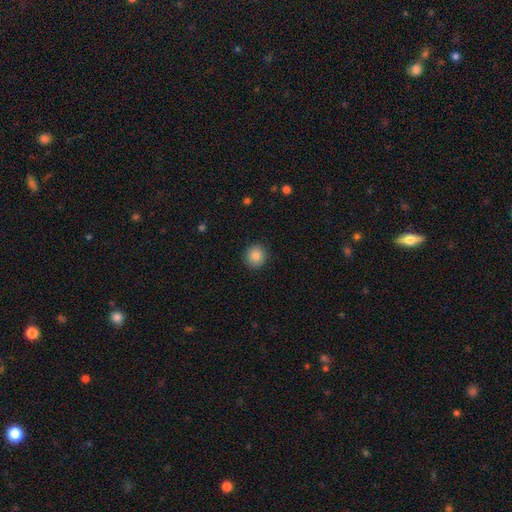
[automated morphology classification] This appears to be a smooth galaxy with no disk features (87%) that is round (89%). Merging: none (90%).